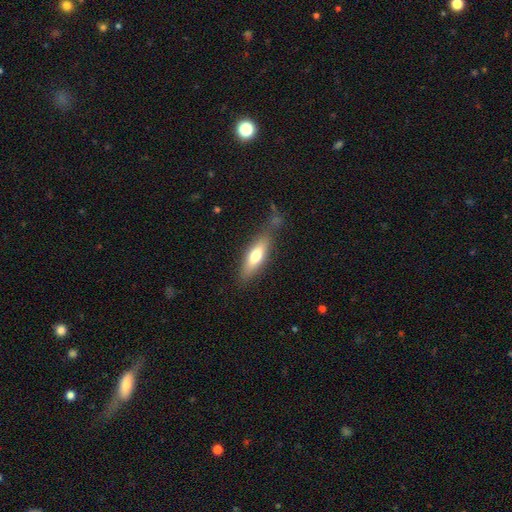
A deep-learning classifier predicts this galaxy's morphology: This appears to be a smooth galaxy with no disk features (64%) that is cigar-shaped (54%). Merging: none (70%).